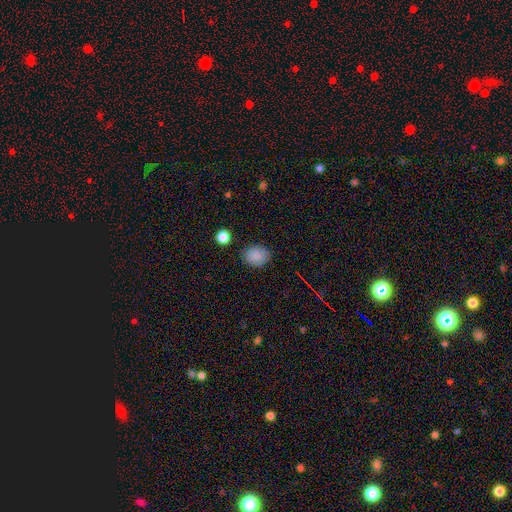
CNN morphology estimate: smooth_or_featured: smooth (p=0.87) [alt: star or artifact p=0.10]
how_rounded: round (p=0.52) [alt: in between p=0.47]
merging: none (p=0.86) [alt: minor disturbance p=0.10]